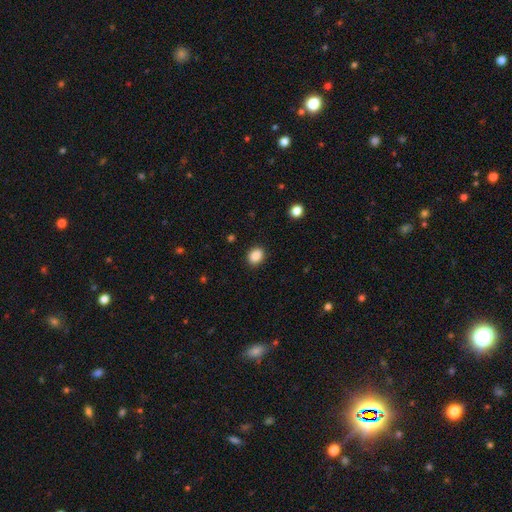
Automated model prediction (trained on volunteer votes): smooth_or_featured: smooth (p=0.88) [alt: star or artifact p=0.09]
how_rounded: round (p=0.51) [alt: in between p=0.48]
merging: none (p=0.90) [alt: minor disturbance p=0.07]